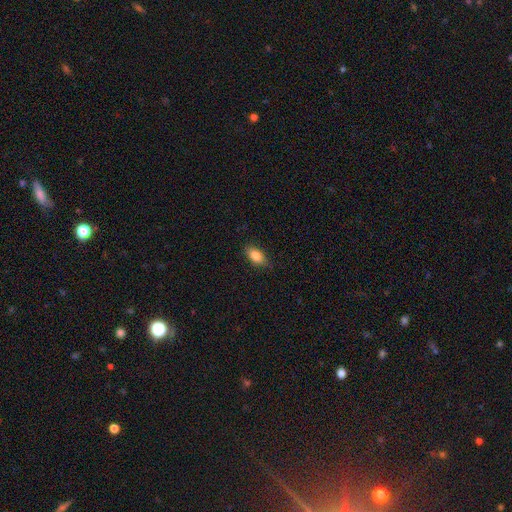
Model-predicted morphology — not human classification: A smooth galaxy with no disk features (86%) that is in between round and cigar-shaped (89%).

Vote fractions:
- Smooth or featured? smooth: 86% / star or artifact: 8% / featured or disk: 7%
- How rounded? in between: 89% / cigar-shaped: 6% / round: 5%
- Merging? none: 83% / minor disturbance: 13% / major disturbance: 3% / merger: 1%